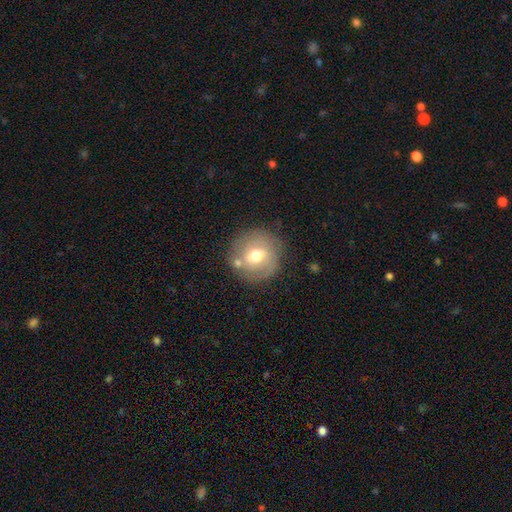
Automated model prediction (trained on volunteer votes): The model was most divided on "smooth or featured": smooth: 52%, featured or disk: 40%, star or artifact: 8%. More confident: how rounded — round (91%); merging — none (74%).